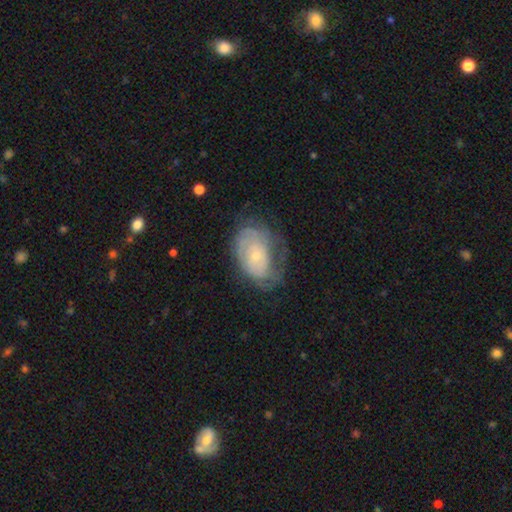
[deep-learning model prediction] Overall: featured or disk (60%; smooth 32%). Edge-on disk: no (96%). Bar: no (80%). Spiral arms: yes (72%). Bulge size: small (71%). Merging: none (53%; minor disturbance 28%).